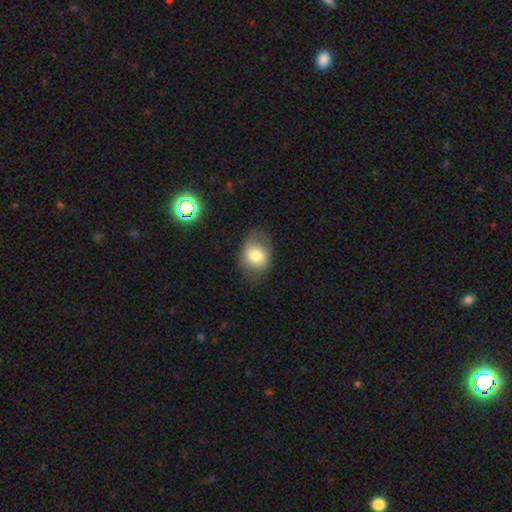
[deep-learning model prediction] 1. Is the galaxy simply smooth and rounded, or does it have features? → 71% smooth, 20% featured or disk, 9% star or artifact.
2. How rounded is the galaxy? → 59% in between, 40% round, 1% cigar-shaped.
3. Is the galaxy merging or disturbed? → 64% none, 23% minor disturbance, 11% major disturbance, 1% merger.